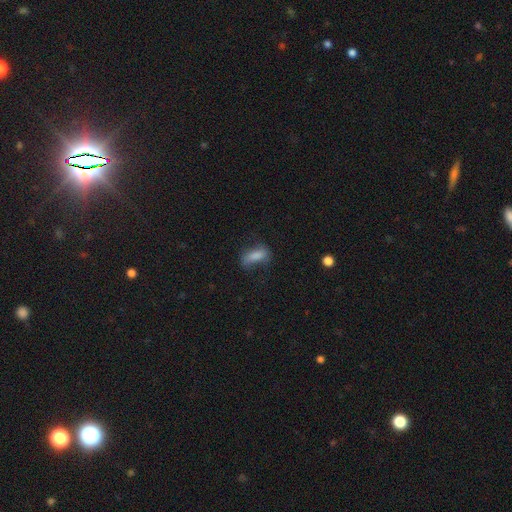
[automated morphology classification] This is likely a smooth galaxy (70%). How rounded: likely in between (75%). Merging: possibly none (47%).